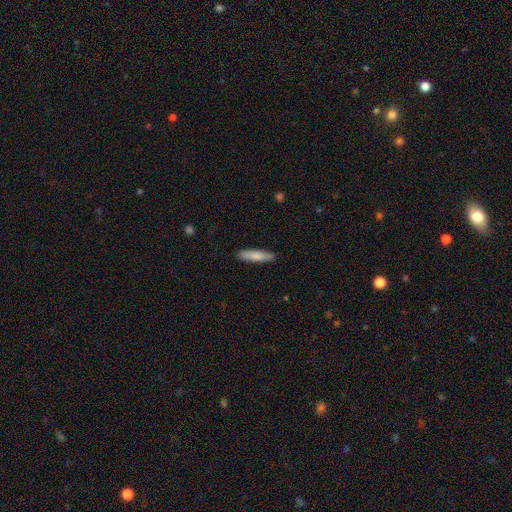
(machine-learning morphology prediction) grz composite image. It shows a smooth galaxy with no disk features (81%) that is cigar-shaped (80%). Merging: none (89%).